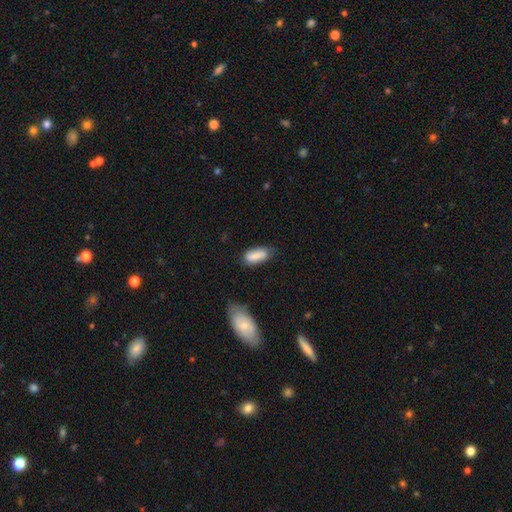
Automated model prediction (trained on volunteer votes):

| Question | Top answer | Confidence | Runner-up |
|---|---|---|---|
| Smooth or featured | smooth | 81% | featured or disk (12%) |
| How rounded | in between | 78% | cigar-shaped (19%) |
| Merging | none | 63% | minor disturbance (27%) |